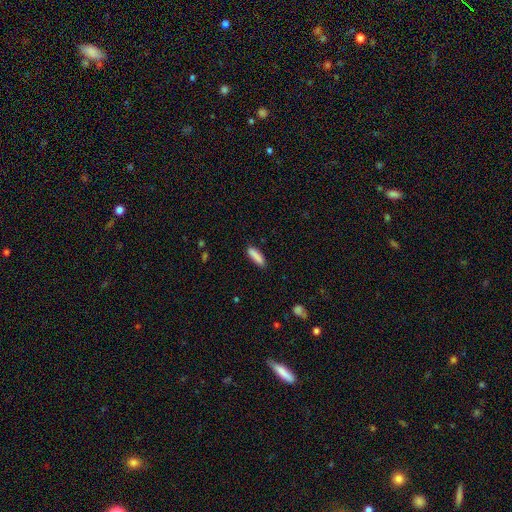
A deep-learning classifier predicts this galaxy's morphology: smooth-or-featured: smooth: 87% | star or artifact: 7% | featured or disk: 6%
  how-rounded: cigar-shaped: 68% | in between: 31% | round: 1%
  merging: none: 86% | minor disturbance: 10% | major disturbance: 2% | merger: 1%